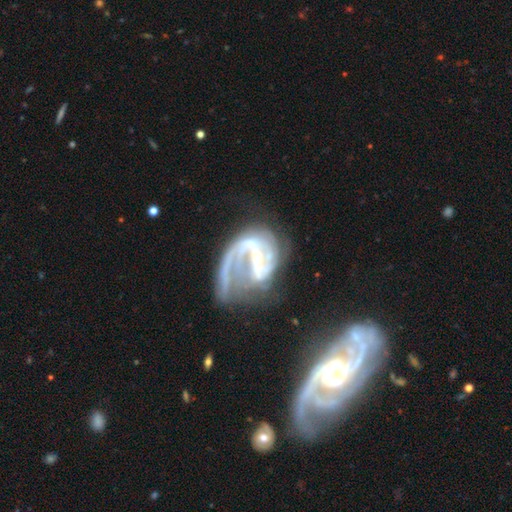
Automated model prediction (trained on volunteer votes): featured or disk 86%, star or artifact 7%, smooth 6%. Down the decision tree: edge-on disk — no (98%); bar — strong (39%); spiral arms — yes (90%); spiral arm count — 2 (51%); spiral winding — medium (45%); bulge size — small (64%); merging — major disturbance (36%).